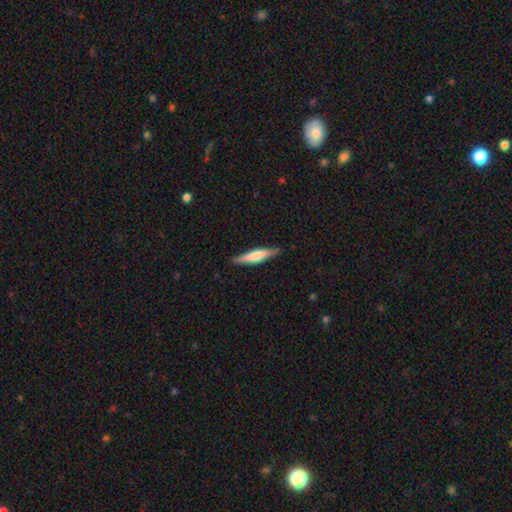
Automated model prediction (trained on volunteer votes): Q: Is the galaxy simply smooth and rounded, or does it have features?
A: smooth — 51%.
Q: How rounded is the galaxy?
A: cigar-shaped — 84%.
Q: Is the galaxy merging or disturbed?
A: none — 88%.